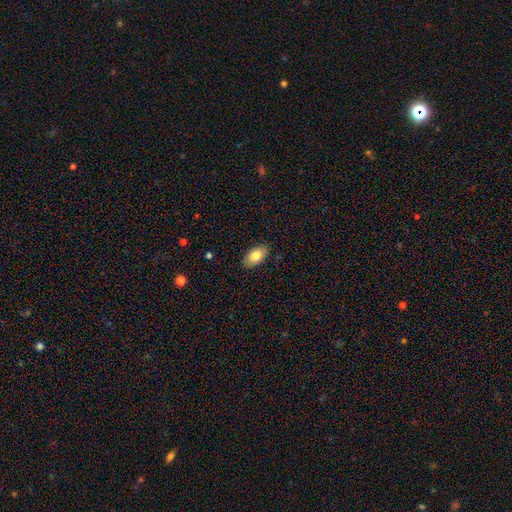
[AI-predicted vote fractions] Smooth or featured: smooth — 82% (featured or disk — 11%)
How rounded: in between — 94% (round — 4%)
Merging: none — 88% (minor disturbance — 9%)